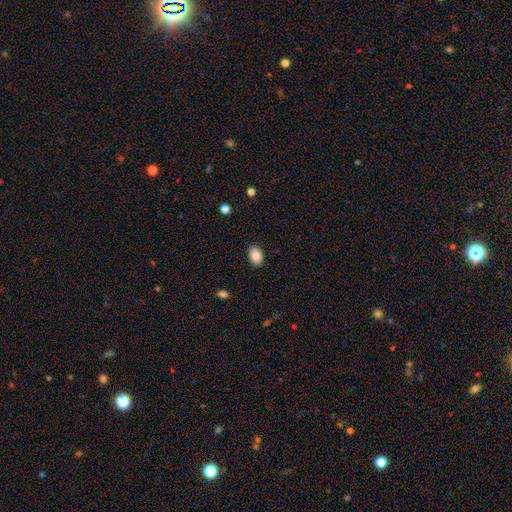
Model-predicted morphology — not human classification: Q: Smooth or featured?
A: smooth (88%); runner-up: star or artifact (8%)
Q: How rounded?
A: in between (85%); runner-up: round (14%)
Q: Merging?
A: none (88%); runner-up: minor disturbance (9%)